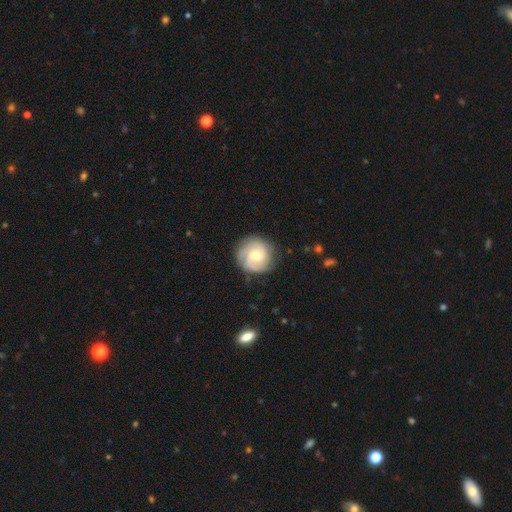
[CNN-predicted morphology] A featured or disk galaxy (70%) with no bar (54%), 3 (30%) tight (50%) spiral arms (93%) and a moderate central bulge (53%).

Vote fractions:
- Smooth or featured? featured or disk: 70% / smooth: 24% / star or artifact: 6%
- Edge-on disk? no: 98% / yes: 2%
- Bar? no: 54% / weak: 39% / strong: 7%
- Spiral arms? yes: 93% / no: 7%
- Spiral winding? tight: 50% / medium: 37% / loose: 13%
- Spiral arm count? 3: 30% / 2: 29% / can't tell: 25% / 4: 7% / 1: 5% / more than 4: 4%
- Bulge size? moderate: 53% / small: 42% / large: 3% / none: 1% / dominant: 1%
- Merging? none: 80% / minor disturbance: 14% / major disturbance: 5% / merger: 1%